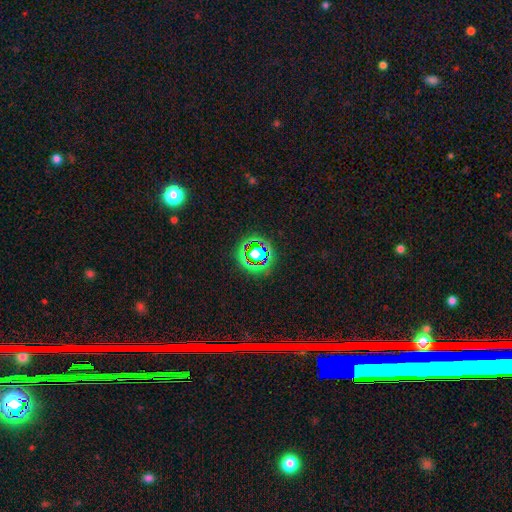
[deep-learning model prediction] Morphology: type=star or artifact (59%).